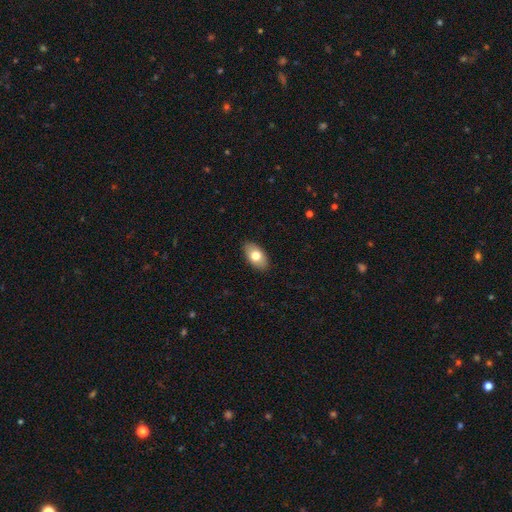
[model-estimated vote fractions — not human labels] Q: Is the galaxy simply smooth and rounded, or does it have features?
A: smooth — 75%.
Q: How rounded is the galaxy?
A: in between — 92%.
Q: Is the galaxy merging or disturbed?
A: none — 88%.